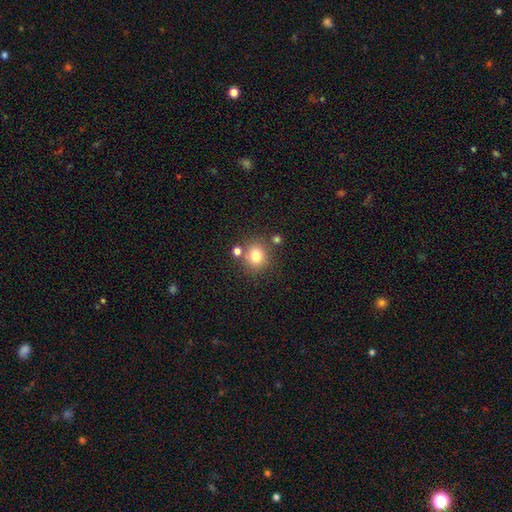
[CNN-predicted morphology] type=smooth (78%); roundness=round (84%); merging=none (74%).